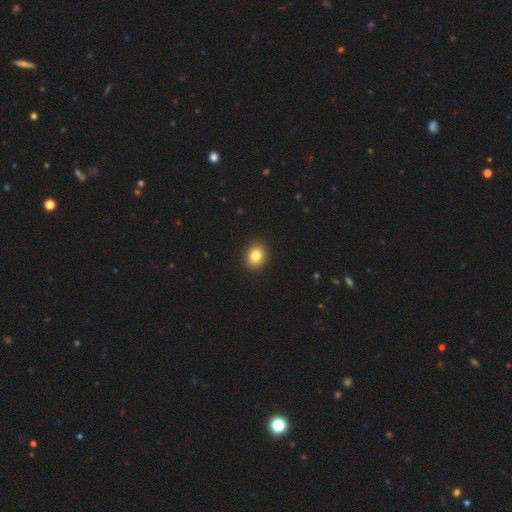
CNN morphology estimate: Smooth or featured? smooth (83%)
How rounded? round (55%)
Merging? none (91%)